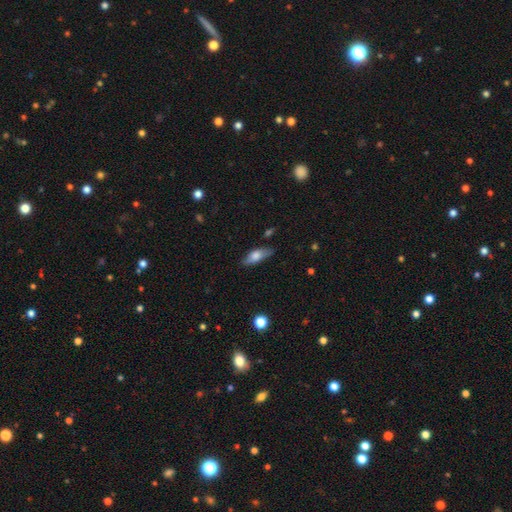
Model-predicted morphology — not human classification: Overall: smooth (63%; featured or disk 31%). How rounded: in between (68%; cigar-shaped 28%). Merging: none (75%).